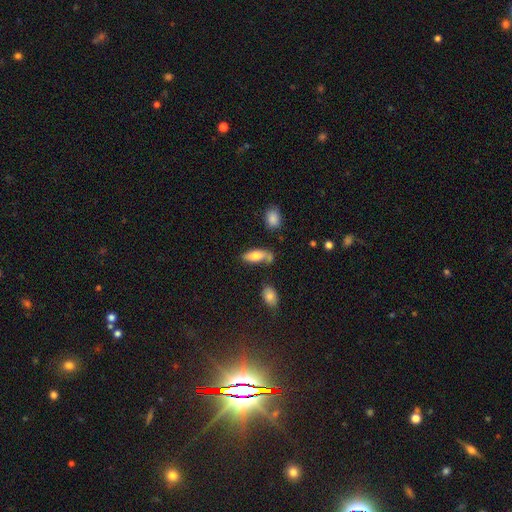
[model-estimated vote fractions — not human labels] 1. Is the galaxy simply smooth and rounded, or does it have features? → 75% smooth, 18% featured or disk, 7% star or artifact.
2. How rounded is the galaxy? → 79% in between, 19% cigar-shaped, 3% round.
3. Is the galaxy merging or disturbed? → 53% none, 25% minor disturbance, 13% merger, 10% major disturbance.